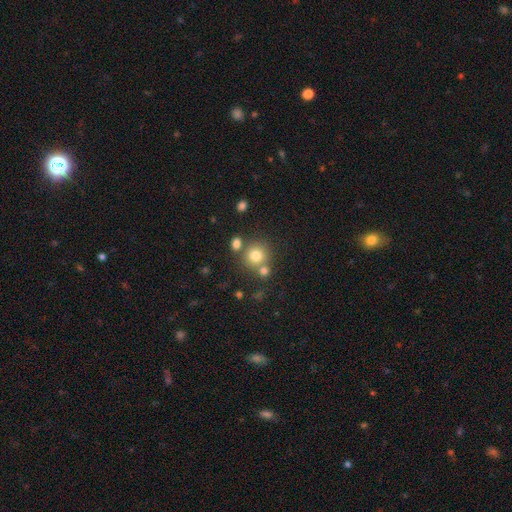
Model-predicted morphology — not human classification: Smooth or featured? Predicted: smooth (p=0.76). How rounded? Predicted: round (p=0.89). Merging? Predicted: none (p=0.66).